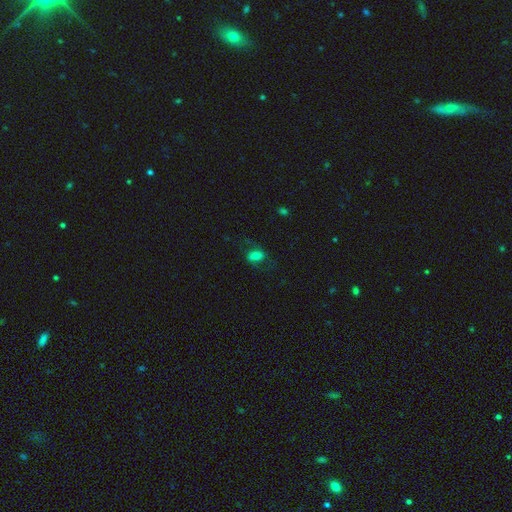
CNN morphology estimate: Smooth or featured? smooth (58%)
How rounded? in between (78%)
Merging? none (62%)